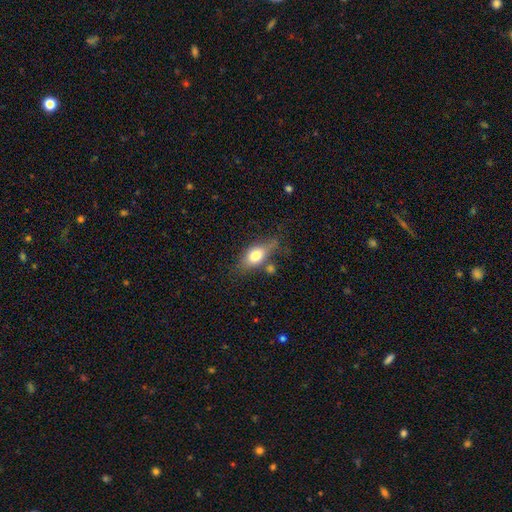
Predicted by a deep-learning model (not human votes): Smooth or featured?
  - smooth: 73% *
  - featured or disk: 19%
  - star or artifact: 8%
How rounded?
  - in between: 81% *
  - round: 11%
  - cigar-shaped: 8%
Merging?
  - none: 58% *
  - minor disturbance: 24%
  - merger: 10%
  - major disturbance: 9%